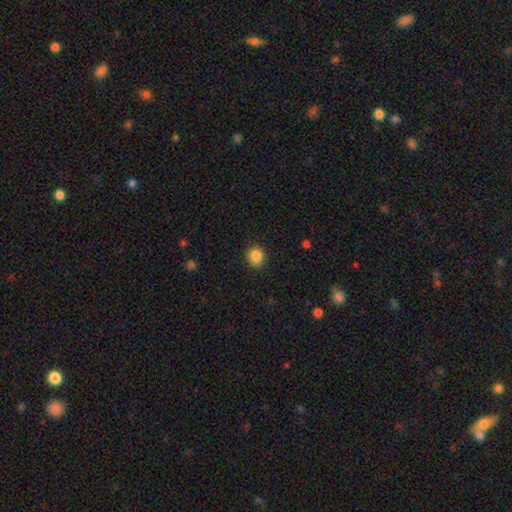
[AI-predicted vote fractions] A smooth galaxy with no disk features (86%) that is round (76%).

Vote fractions:
- Smooth or featured? smooth: 86% / star or artifact: 10% / featured or disk: 4%
- How rounded? round: 76% / in between: 23% / cigar-shaped: 1%
- Merging? none: 81% / minor disturbance: 15% / major disturbance: 3% / merger: 1%